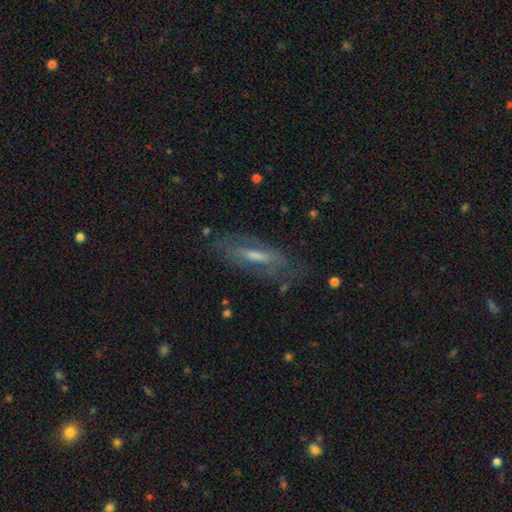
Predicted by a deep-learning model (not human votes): Smooth or featured? featured or disk (61%)
Edge-on disk? no (63%)
Merging? none (70%)